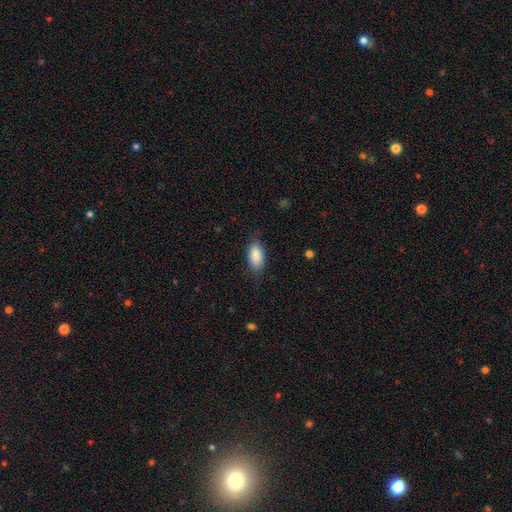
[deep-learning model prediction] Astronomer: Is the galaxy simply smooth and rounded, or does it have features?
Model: smooth — 88%.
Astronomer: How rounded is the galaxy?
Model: in between — 91%.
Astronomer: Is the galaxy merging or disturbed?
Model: none — 80%.